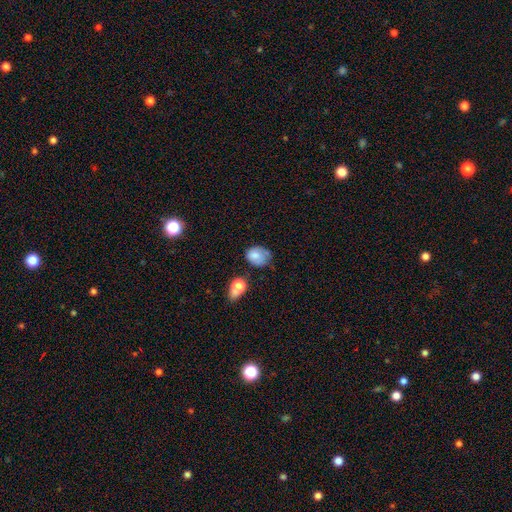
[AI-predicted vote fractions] The model was most divided on "merging": none: 40%, minor disturbance: 37%, major disturbance: 15%, merger: 7%. More confident: smooth or featured — smooth (72%); how rounded — in between (53%).